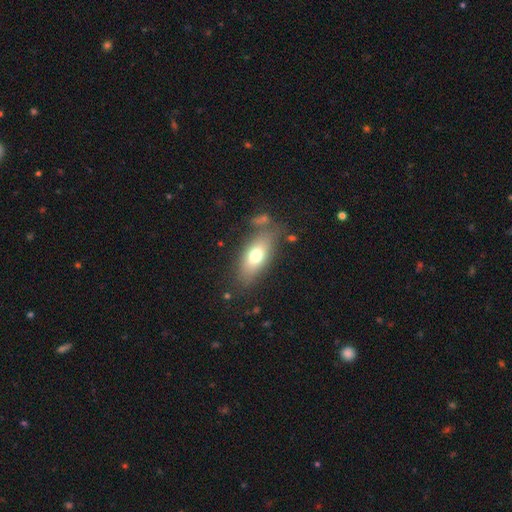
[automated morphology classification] Smooth or featured? smooth (69%)
How rounded? in between (80%)
Merging? none (73%)